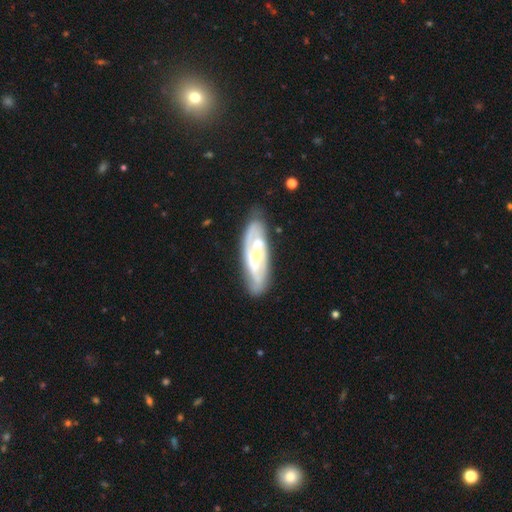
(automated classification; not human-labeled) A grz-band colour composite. It shows a featured or disk galaxy (82%) with a weak bar (36%), 2 (70%) tight (49%) spiral arms (91%) and a small central bulge (53%). Merging: none (80%).